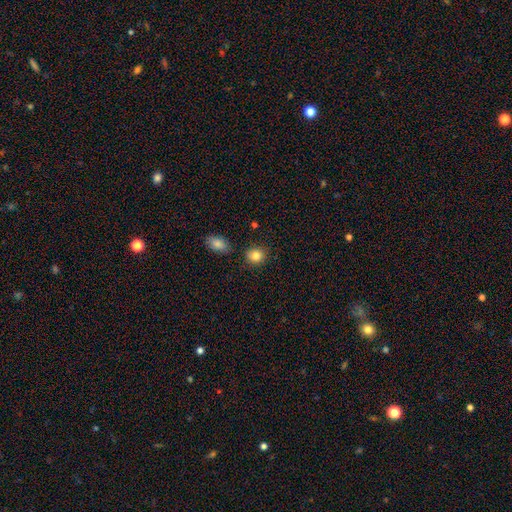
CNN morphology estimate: smooth_or_featured: smooth (p=0.84) [alt: star or artifact p=0.10]
how_rounded: round (p=0.79) [alt: in between p=0.20]
merging: none (p=0.84) [alt: minor disturbance p=0.10]